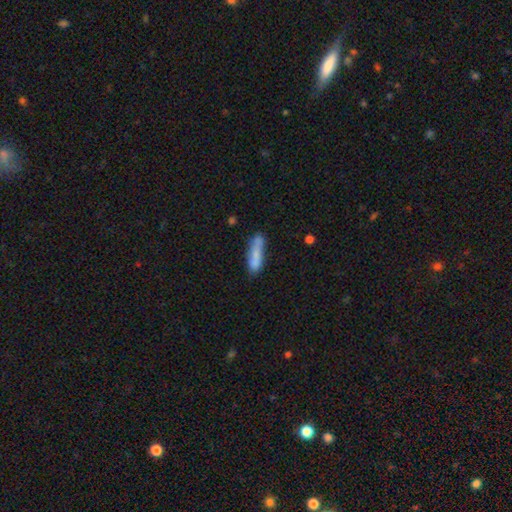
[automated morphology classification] This appears to be a smooth galaxy with no disk features (76%) that is cigar-shaped (77%). Merging: none (63%).